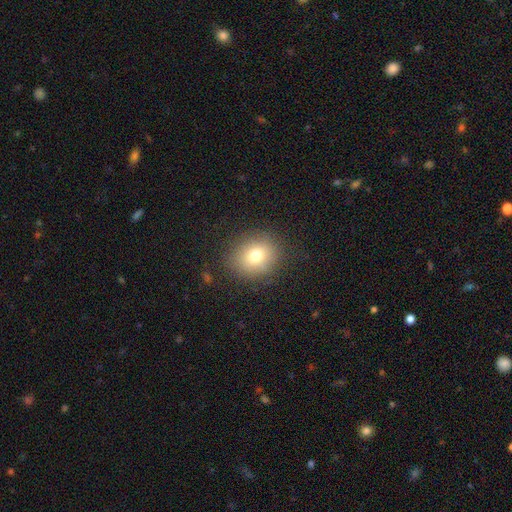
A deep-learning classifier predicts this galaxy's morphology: smooth 74%, star or artifact 13%, featured or disk 12%. Down the decision tree: how rounded — round (71%); merging — none (85%).